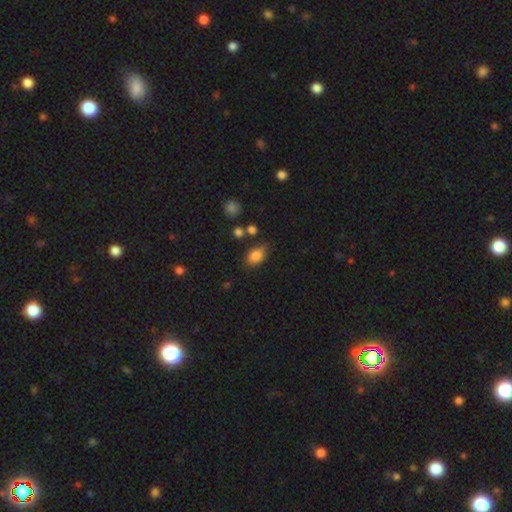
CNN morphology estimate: type=smooth (84%); roundness=in between (84%); merging=none (71%).